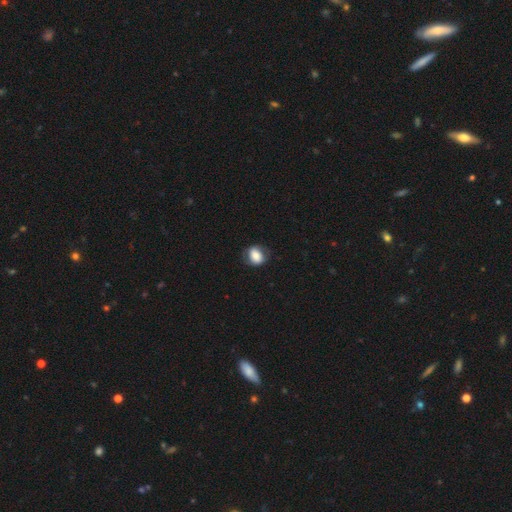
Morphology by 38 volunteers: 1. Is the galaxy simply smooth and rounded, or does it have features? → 71% smooth, 24% featured or disk, 5% star or artifact.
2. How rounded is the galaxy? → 56% in between, 44% round, 0% cigar-shaped.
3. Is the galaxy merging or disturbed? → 78% none, 17% major disturbance, 6% minor disturbance, 0% merger.